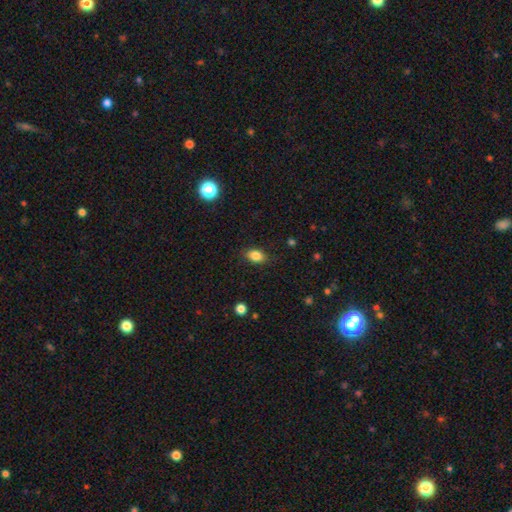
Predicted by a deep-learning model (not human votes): A smooth galaxy with no disk features (85%) that is in between round and cigar-shaped (80%). Merging: none (83%).